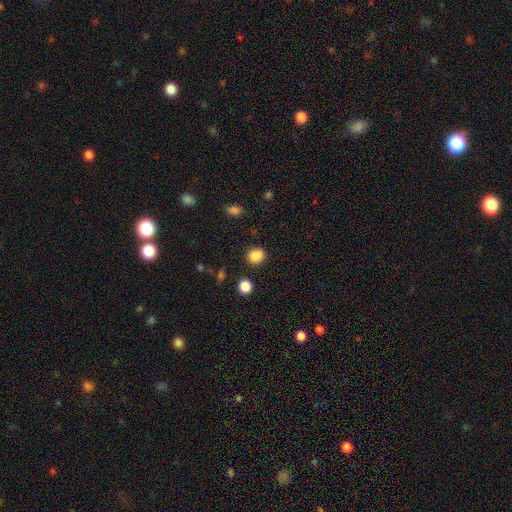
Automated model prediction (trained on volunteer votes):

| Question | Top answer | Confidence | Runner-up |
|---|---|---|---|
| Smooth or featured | smooth | 84% | star or artifact (12%) |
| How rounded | round | 63% | in between (36%) |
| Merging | none | 73% | minor disturbance (14%) |